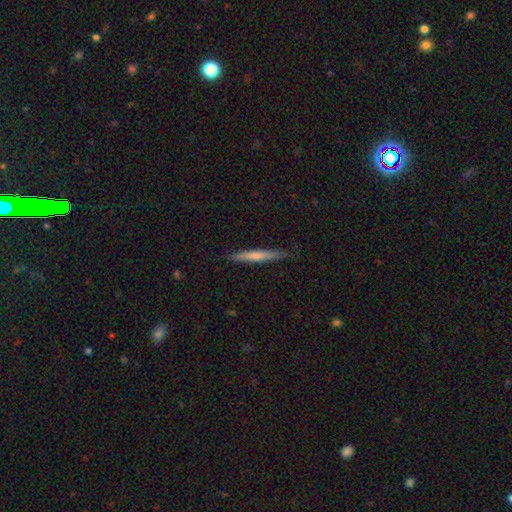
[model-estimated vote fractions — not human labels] The model was most divided on "smooth or featured": smooth: 58%, featured or disk: 36%, star or artifact: 6%. More confident: how rounded — cigar-shaped (96%); merging — none (86%).